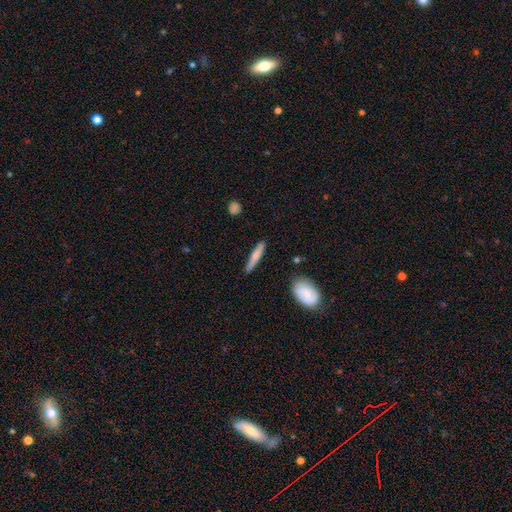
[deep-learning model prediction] smooth 68%, featured or disk 27%, star or artifact 5%. Down the decision tree: how rounded — cigar-shaped (91%); merging — none (86%).